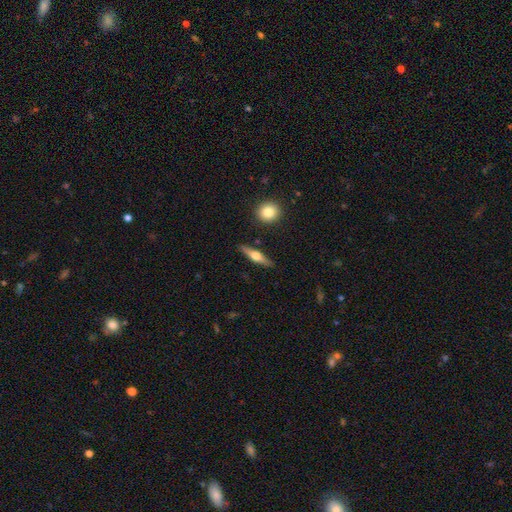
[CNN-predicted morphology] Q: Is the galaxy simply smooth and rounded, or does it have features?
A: featured or disk — 60%.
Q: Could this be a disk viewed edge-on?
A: yes — 95%.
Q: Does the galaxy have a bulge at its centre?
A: rounded — 93%.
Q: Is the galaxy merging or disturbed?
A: none — 88%.